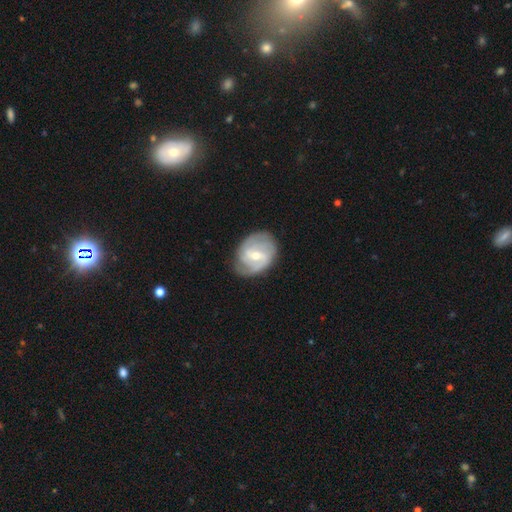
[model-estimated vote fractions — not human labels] A featured or disk galaxy (78%) with a weak bar (56%), 2 (56%) medium (43%) spiral arms (90%) and a small central bulge (51%). Merging: none (75%).